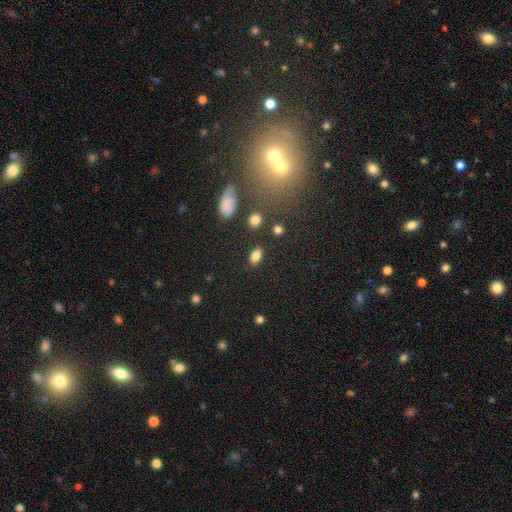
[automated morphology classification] Q: Smooth or featured?
A: smooth (82%); runner-up: star or artifact (10%)
Q: How rounded?
A: in between (85%); runner-up: round (12%)
Q: Merging?
A: none (83%); runner-up: minor disturbance (11%)